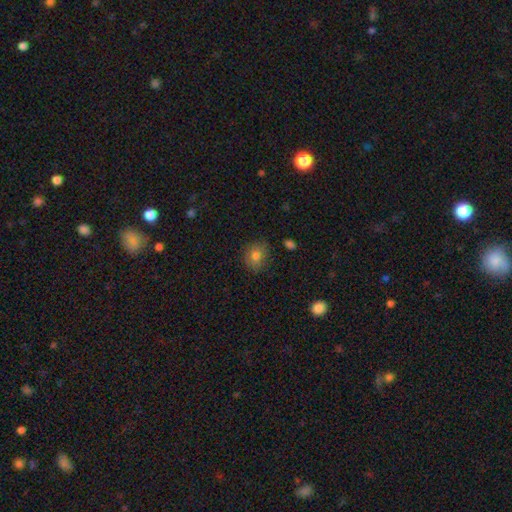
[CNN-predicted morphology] Q: Smooth or featured?
A: smooth (79%); runner-up: star or artifact (11%)
Q: How rounded?
A: round (65%); runner-up: in between (34%)
Q: Merging?
A: none (81%); runner-up: minor disturbance (14%)